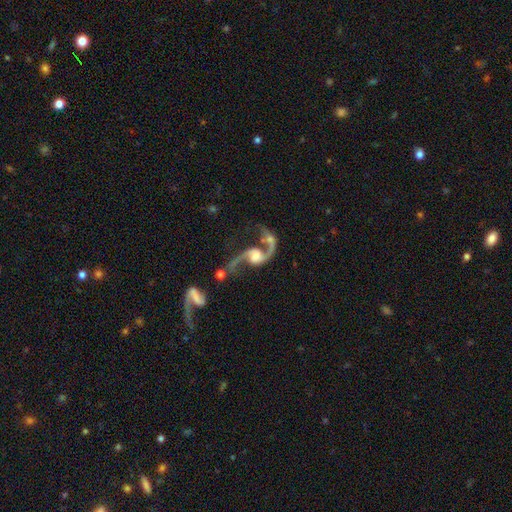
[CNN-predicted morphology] Q: Smooth or featured?
A: featured or disk (90%); runner-up: star or artifact (5%)
Q: Edge-on disk?
A: no (97%); runner-up: yes (3%)
Q: Bar?
A: no (57%); runner-up: weak (33%)
Q: Spiral arms?
A: yes (96%); runner-up: no (4%)
Q: Spiral winding?
A: loose (81%); runner-up: medium (15%)
Q: Spiral arm count?
A: 2 (92%); runner-up: 1 (4%)
Q: Bulge size?
A: moderate (45%); runner-up: small (27%)
Q: Merging?
A: none (41%); runner-up: merger (29%)